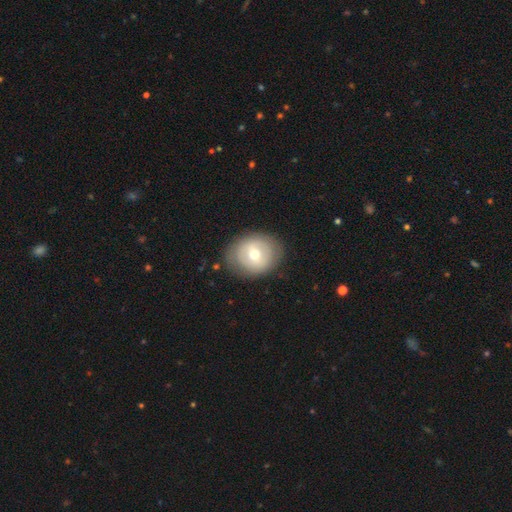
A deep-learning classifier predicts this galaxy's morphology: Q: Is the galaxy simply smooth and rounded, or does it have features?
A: smooth — 55%.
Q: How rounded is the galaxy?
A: round — 61%.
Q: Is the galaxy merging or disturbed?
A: none — 81%.